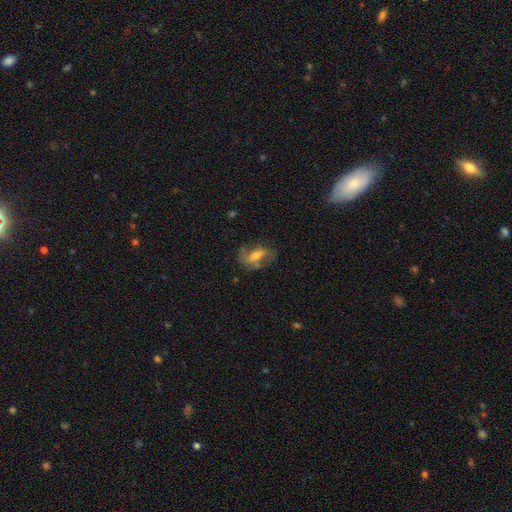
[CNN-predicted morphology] A featured or disk galaxy (57%) with a weak bar (38%), spiral arms (70%) and a moderate central bulge (48%).

Vote fractions:
- Smooth or featured? featured or disk: 57% / smooth: 34% / star or artifact: 9%
- Edge-on disk? no: 89% / yes: 11%
- Bar? weak: 38% / strong: 36% / no: 26%
- Spiral arms? yes: 70% / no: 30%
- Bulge size? moderate: 48% / small: 31% / large: 11% / none: 8% / dominant: 2%
- Merging? none: 61% / minor disturbance: 22% / major disturbance: 14% / merger: 3%